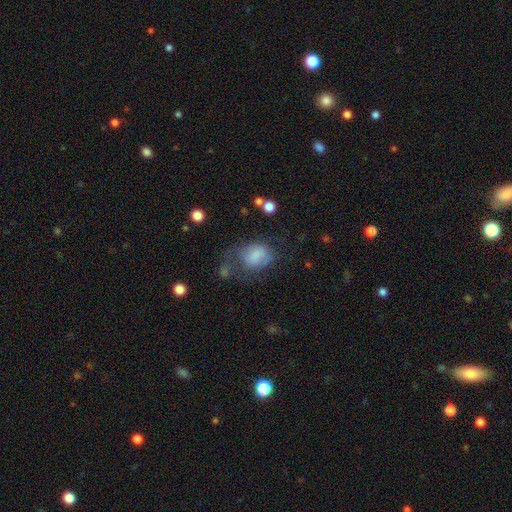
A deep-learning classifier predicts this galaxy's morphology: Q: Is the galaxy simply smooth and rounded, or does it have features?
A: smooth — 73%.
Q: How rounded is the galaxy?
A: in between — 58%.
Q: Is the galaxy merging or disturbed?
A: none — 36%.